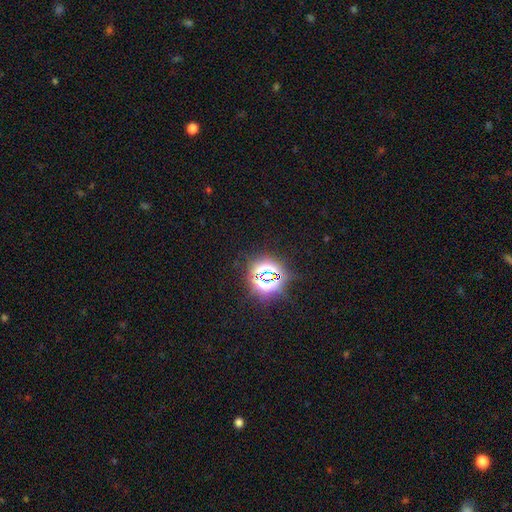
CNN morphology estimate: Smooth or featured?
  - star or artifact: 78% *
  - smooth: 14%
  - featured or disk: 8%